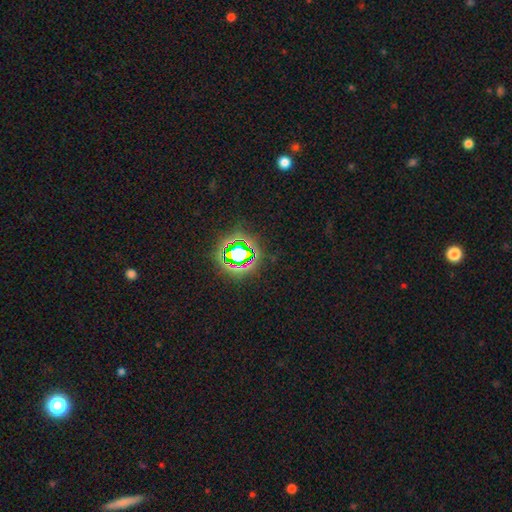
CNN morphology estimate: Smooth or featured: star or artifact — 81% (smooth — 11%)